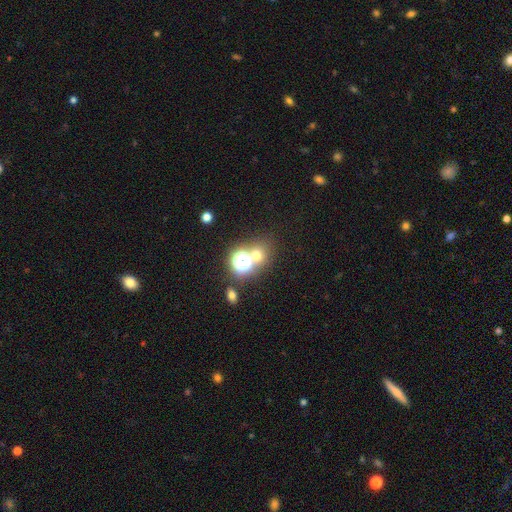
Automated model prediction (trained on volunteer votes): A smooth galaxy with no disk features (57%) that is round (79%). Merging: none (63%).